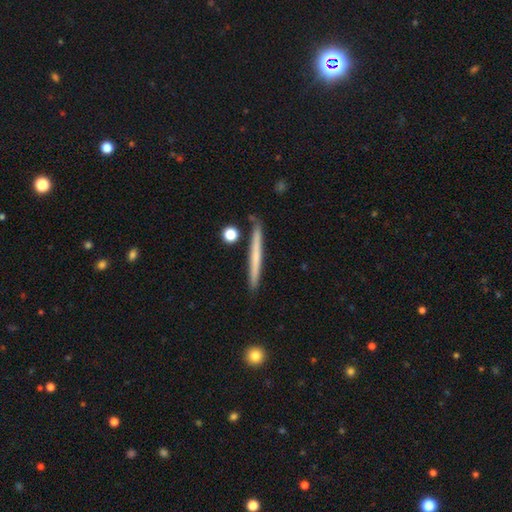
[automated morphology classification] Smooth or featured?
  - smooth: 52% *
  - featured or disk: 42%
  - star or artifact: 6%
How rounded?
  - cigar-shaped: 97% *
  - in between: 2%
  - round: 2%
Merging?
  - none: 88% *
  - minor disturbance: 8%
  - merger: 3%
  - major disturbance: 2%